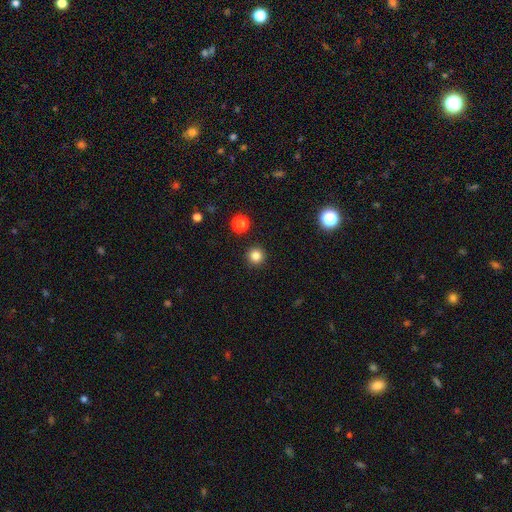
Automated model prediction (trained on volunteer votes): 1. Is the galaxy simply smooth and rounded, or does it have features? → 83% smooth, 13% star or artifact, 4% featured or disk.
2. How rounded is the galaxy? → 96% round, 3% in between, 1% cigar-shaped.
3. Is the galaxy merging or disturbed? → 93% none, 4% minor disturbance, 2% major disturbance, 1% merger.